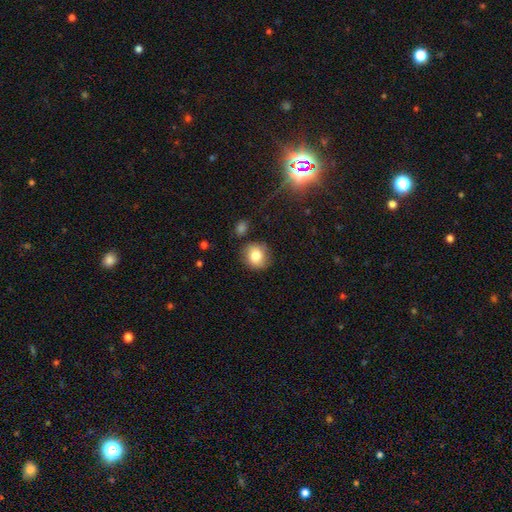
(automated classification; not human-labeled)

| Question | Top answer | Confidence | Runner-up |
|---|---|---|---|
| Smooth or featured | smooth | 78% | featured or disk (12%) |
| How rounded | round | 80% | in between (19%) |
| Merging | none | 77% | minor disturbance (15%) |